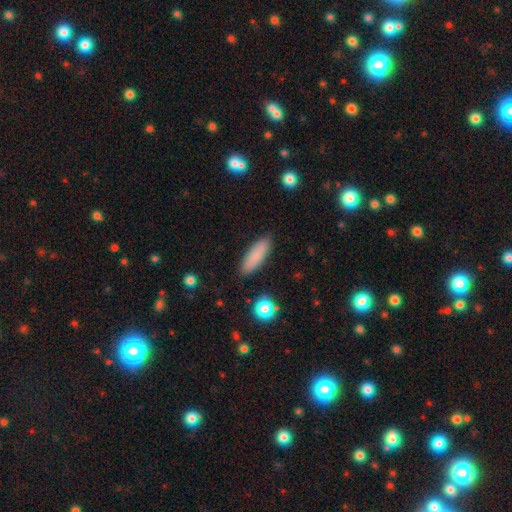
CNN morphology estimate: This is clearly a smooth galaxy (81%). How rounded: possibly in between (53%). Merging: clearly none (88%).